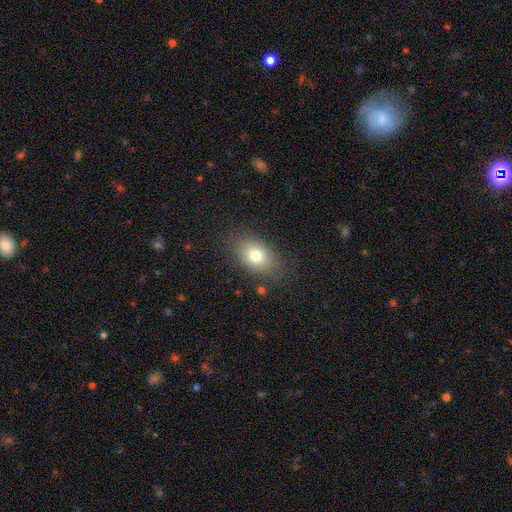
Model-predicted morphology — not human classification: Smooth or featured: smooth — 76% (featured or disk — 13%)
How rounded: in between — 79% (round — 20%)
Merging: none — 81% (minor disturbance — 13%)